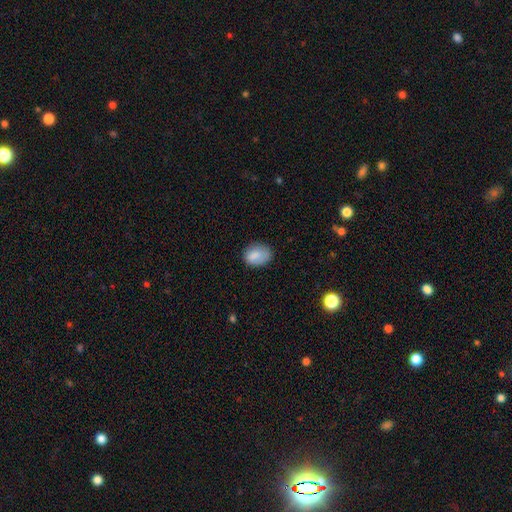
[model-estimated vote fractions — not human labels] A smooth galaxy with no disk features (83%) that is in between round and cigar-shaped (66%). Merging: none (67%).